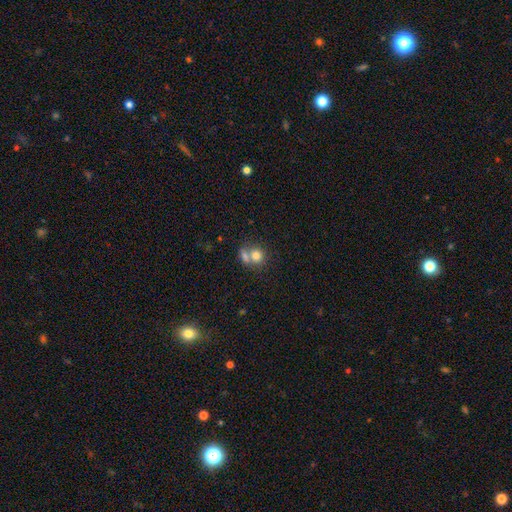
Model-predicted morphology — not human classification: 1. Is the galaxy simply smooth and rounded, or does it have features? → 77% smooth, 13% featured or disk, 10% star or artifact.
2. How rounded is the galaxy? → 78% round, 21% in between, 1% cigar-shaped.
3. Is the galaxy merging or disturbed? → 52% merger, 36% none, 8% minor disturbance, 4% major disturbance.